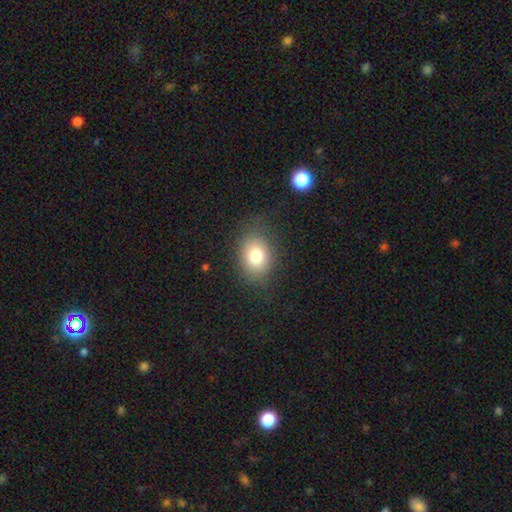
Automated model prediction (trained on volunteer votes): smooth 79%, featured or disk 11%, star or artifact 10%. Down the decision tree: how rounded — in between (65%); merging — none (80%).